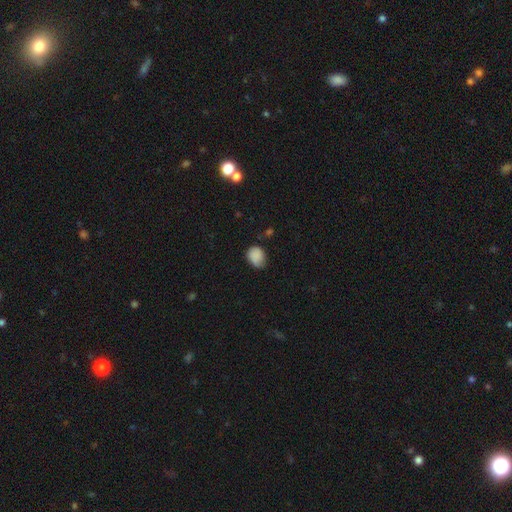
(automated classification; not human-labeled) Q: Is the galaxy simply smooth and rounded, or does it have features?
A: smooth — 86%.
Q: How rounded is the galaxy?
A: in between — 51%.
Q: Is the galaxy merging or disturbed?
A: none — 59%.